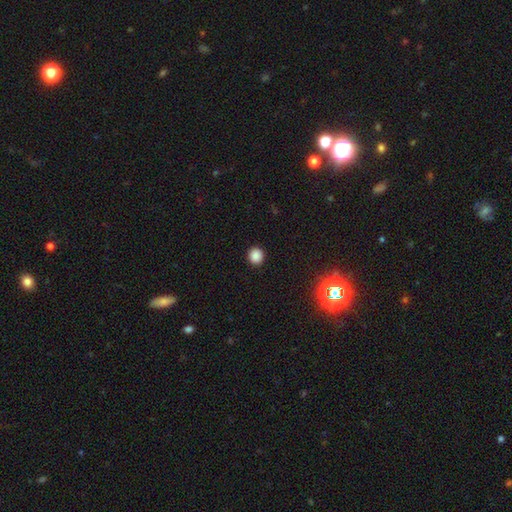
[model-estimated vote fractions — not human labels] The model was most divided on "smooth or featured": smooth: 85%, star or artifact: 12%, featured or disk: 3%. More confident: merging — none (92%); how rounded — round (89%).